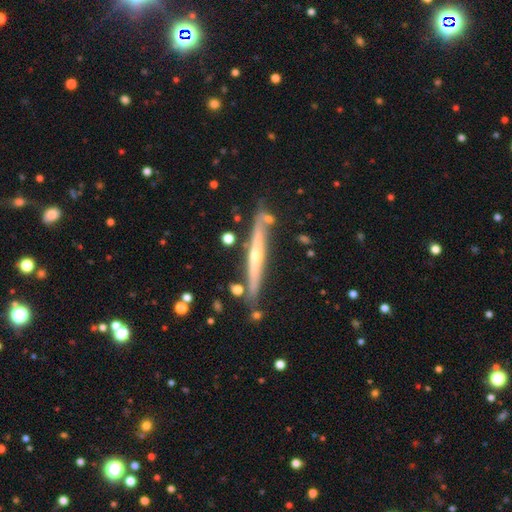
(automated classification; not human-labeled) Q: Smooth or featured?
A: featured or disk (78%); runner-up: smooth (16%)
Q: Edge-on disk?
A: yes (94%); runner-up: no (6%)
Q: Edge-on bulge?
A: rounded (75%); runner-up: none (20%)
Q: Merging?
A: none (76%); runner-up: minor disturbance (16%)